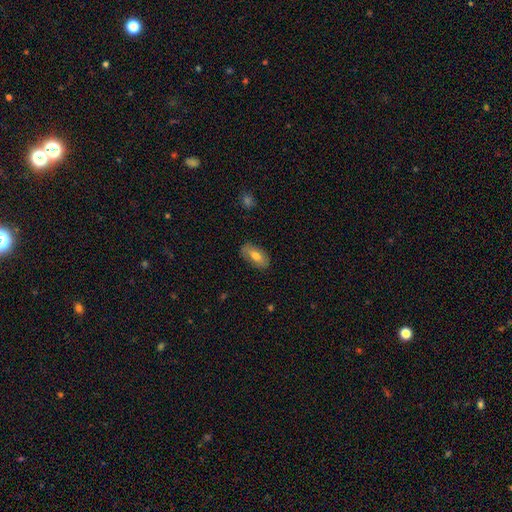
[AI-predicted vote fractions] smooth-or-featured: smooth: 69% | featured or disk: 24% | star or artifact: 6%
  how-rounded: in between: 91% | cigar-shaped: 5% | round: 4%
  merging: none: 83% | minor disturbance: 13% | major disturbance: 3% | merger: 1%